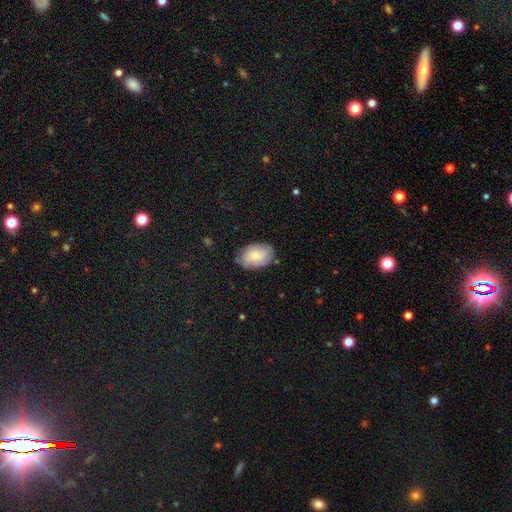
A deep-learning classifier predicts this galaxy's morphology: The model was most divided on "smooth or featured": smooth: 63%, featured or disk: 30%, star or artifact: 7%. More confident: how rounded — in between (87%); merging — none (75%).